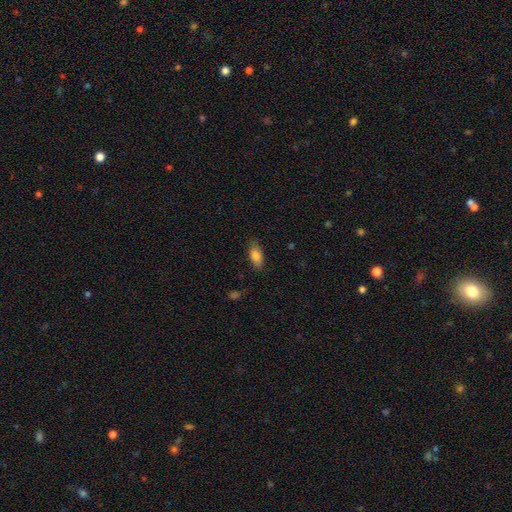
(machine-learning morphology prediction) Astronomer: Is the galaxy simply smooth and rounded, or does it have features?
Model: smooth — 83%.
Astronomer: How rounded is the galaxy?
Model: in between — 82%.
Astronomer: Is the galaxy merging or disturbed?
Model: none — 83%.